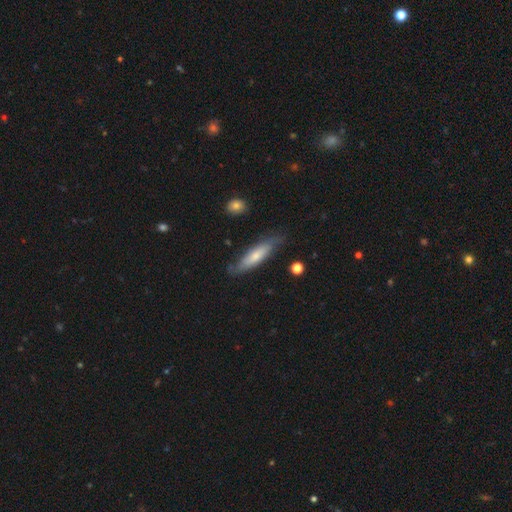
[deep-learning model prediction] Smooth or featured? smooth (62%)
How rounded? cigar-shaped (71%)
Merging? none (74%)